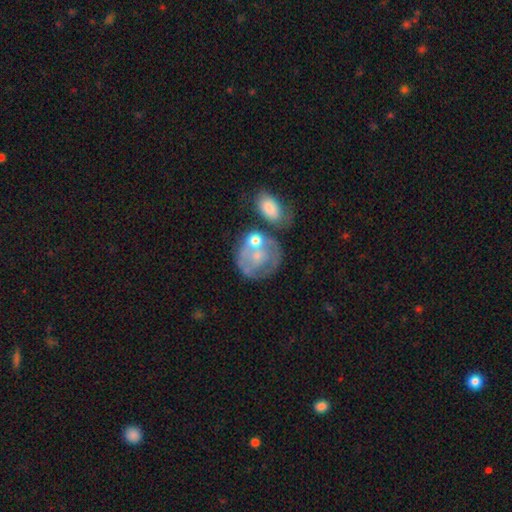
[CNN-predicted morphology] smooth_or_featured: featured or disk (p=0.50) [alt: smooth p=0.42]
disk_edge_on: no (p=0.97) [alt: yes p=0.03]
merging: none (p=0.41) [alt: merger p=0.25]